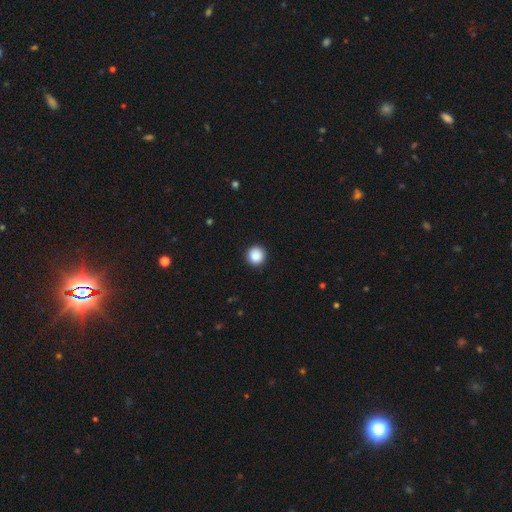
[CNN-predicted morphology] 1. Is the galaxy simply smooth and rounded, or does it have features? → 88% smooth, 9% star or artifact, 3% featured or disk.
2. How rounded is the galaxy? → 95% round, 4% in between, 1% cigar-shaped.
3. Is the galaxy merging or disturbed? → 92% none, 5% minor disturbance, 2% major disturbance, 1% merger.